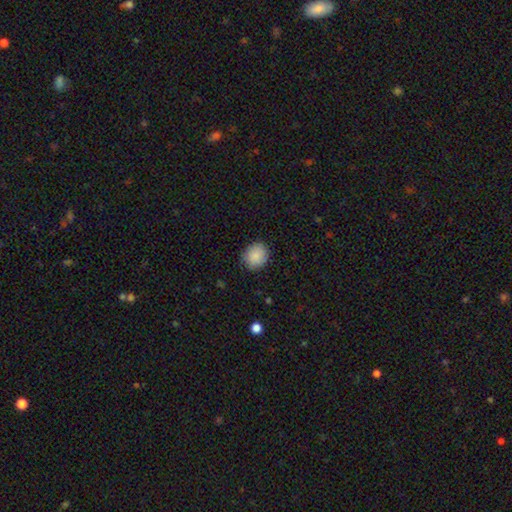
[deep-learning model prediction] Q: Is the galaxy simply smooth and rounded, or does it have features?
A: smooth — 88%.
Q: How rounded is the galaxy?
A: round — 69%.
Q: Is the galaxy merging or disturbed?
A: none — 86%.